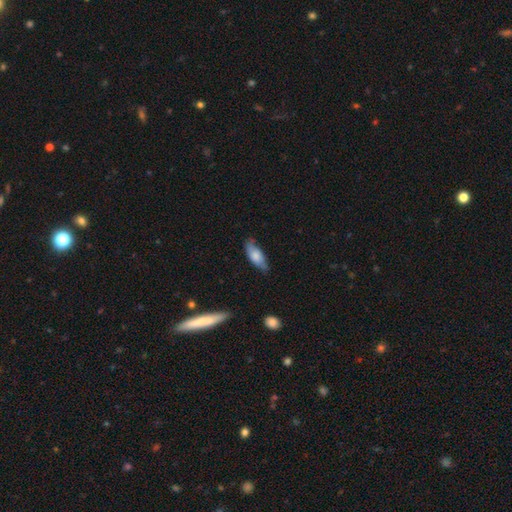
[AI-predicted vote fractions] Smooth or featured? smooth (73%)
How rounded? in between (73%)
Merging? none (68%)